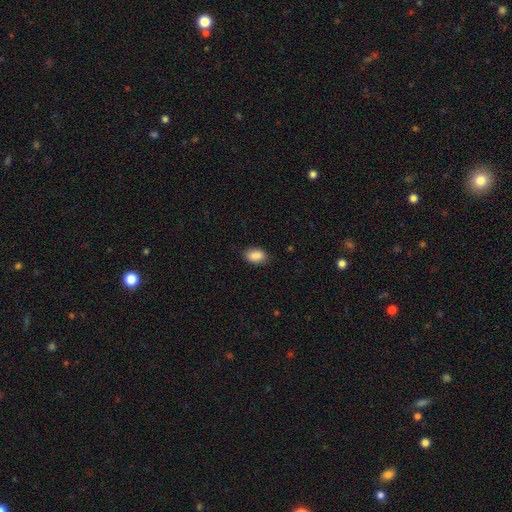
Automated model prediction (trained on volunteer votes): Morphology: type=smooth (90%); roundness=in between (90%); merging=none (85%).